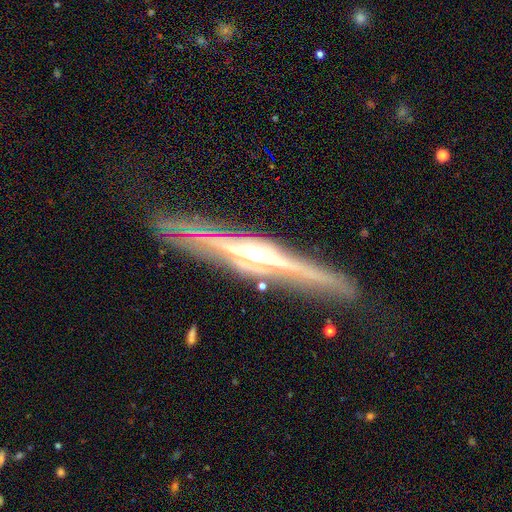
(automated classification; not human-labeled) Smooth or featured: featured or disk — 84% (smooth — 9%)
Edge-on disk: yes — 96% (no — 4%)
Edge-on bulge: rounded — 86% (boxy — 9%)
Merging: none — 86% (minor disturbance — 10%)